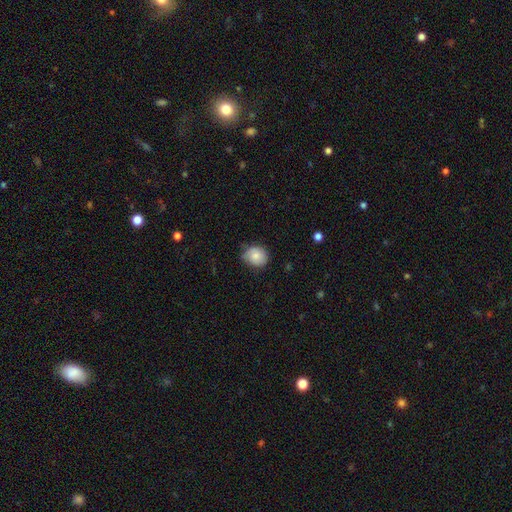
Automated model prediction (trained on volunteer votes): This appears to be a smooth galaxy with no disk features (77%) that is round (69%). Merging: none (64%).